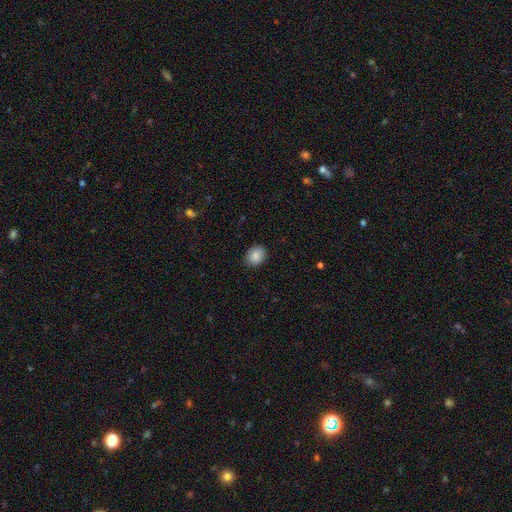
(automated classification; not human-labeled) This is clearly a smooth galaxy (87%). How rounded: possibly round (56%). Merging: clearly none (88%).